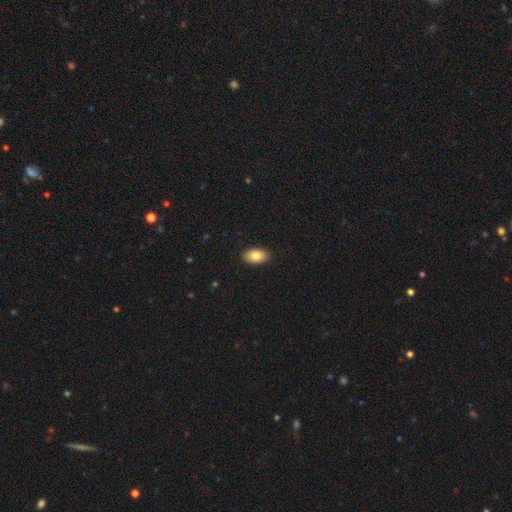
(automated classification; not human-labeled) Smooth or featured? smooth (83%)
How rounded? in between (93%)
Merging? none (90%)